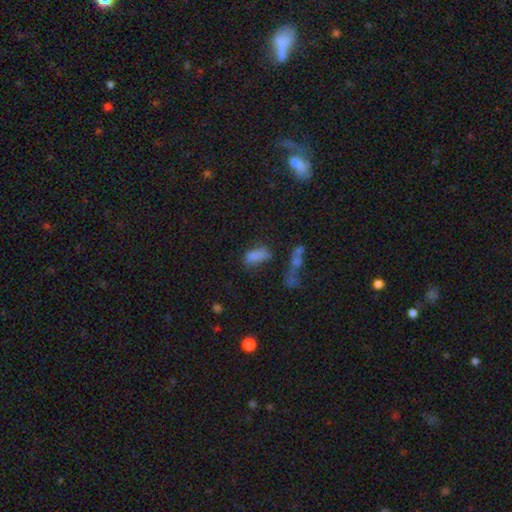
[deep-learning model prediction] This is likely a smooth galaxy (70%). How rounded: clearly in between (81%). Merging: marginally none (39%).